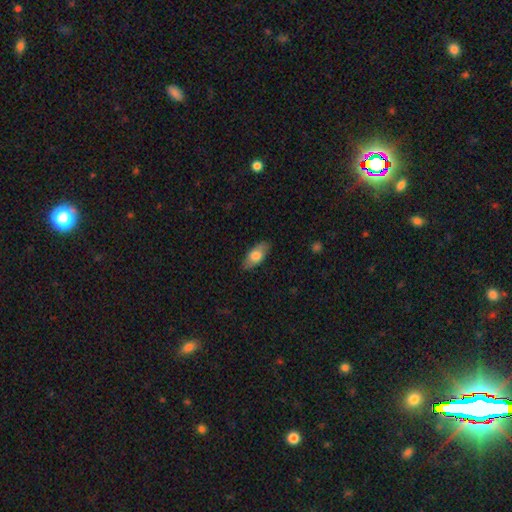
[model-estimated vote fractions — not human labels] The model was most divided on "smooth or featured": smooth: 72%, featured or disk: 21%, star or artifact: 6%. More confident: merging — none (85%); how rounded — in between (84%).